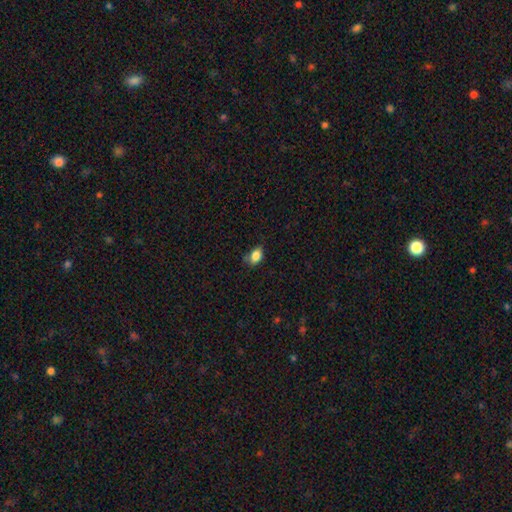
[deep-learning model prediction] Smooth or featured? Predicted: smooth (p=0.85). How rounded? Predicted: in between (p=0.84). Merging? Predicted: none (p=0.60).